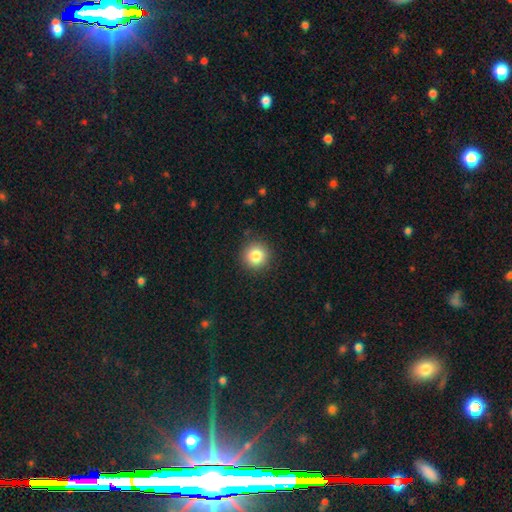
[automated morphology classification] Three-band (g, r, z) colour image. It shows a smooth galaxy with no disk features (83%) that is round (94%). Merging: none (90%).